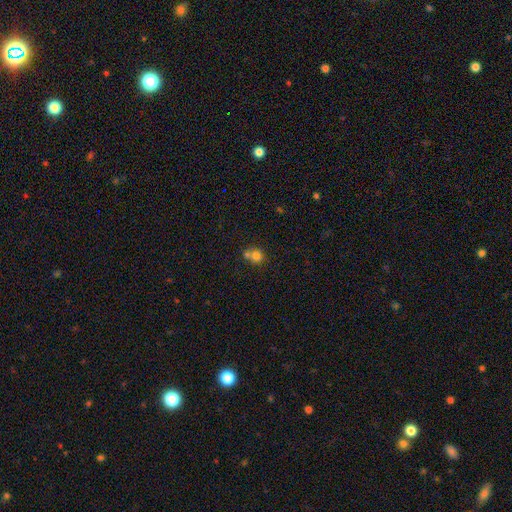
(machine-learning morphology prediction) Smooth or featured? Predicted: smooth (p=0.76). How rounded? Predicted: round (p=0.82). Merging? Predicted: merger (p=0.47).